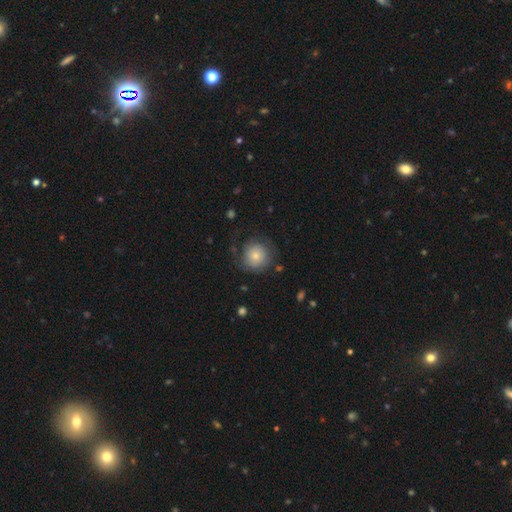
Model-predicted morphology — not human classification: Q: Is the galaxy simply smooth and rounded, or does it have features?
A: smooth — 73%.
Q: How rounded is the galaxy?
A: round — 92%.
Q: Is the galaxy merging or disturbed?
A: none — 69%.